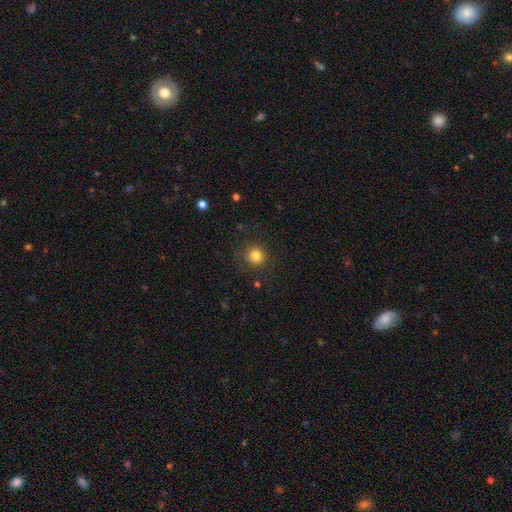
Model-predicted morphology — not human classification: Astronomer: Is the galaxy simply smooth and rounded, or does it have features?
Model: smooth — 83%.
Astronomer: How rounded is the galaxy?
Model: round — 93%.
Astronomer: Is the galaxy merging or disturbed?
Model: none — 87%.